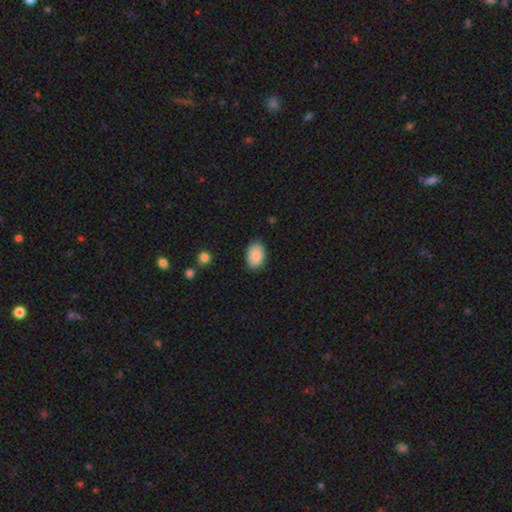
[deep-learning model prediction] Smooth or featured: smooth — 88% (star or artifact — 7%)
How rounded: in between — 88% (round — 11%)
Merging: none — 85% (minor disturbance — 12%)